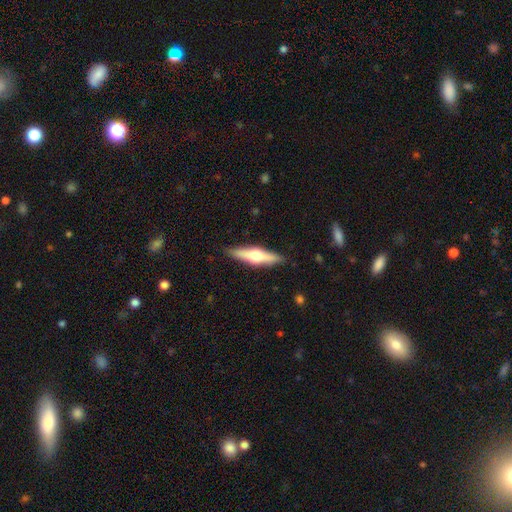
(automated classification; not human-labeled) smooth_or_featured: featured or disk (p=0.61) [alt: smooth p=0.33]
disk_edge_on: yes (p=0.96) [alt: no p=0.04]
edge_on_bulge: rounded (p=0.93) [alt: boxy p=0.04]
merging: none (p=0.89) [alt: minor disturbance p=0.08]